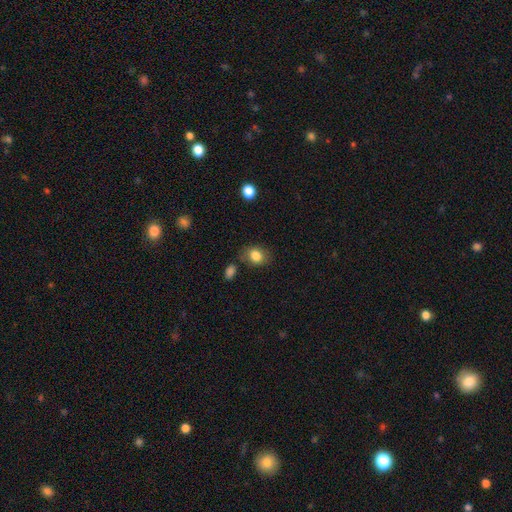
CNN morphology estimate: Smooth or featured? smooth (83%)
How rounded? in between (63%)
Merging? none (73%)